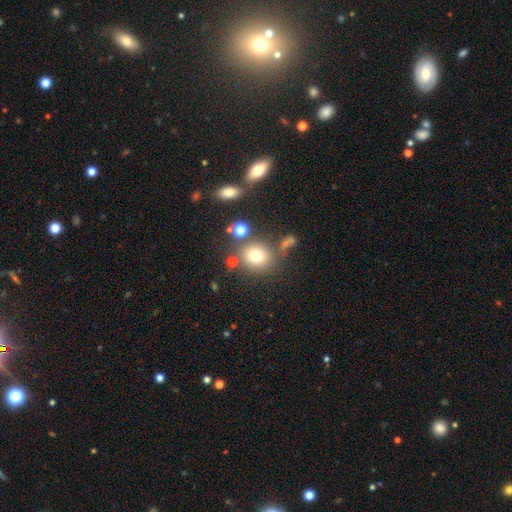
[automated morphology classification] Overall: smooth (74%). How rounded: round (81%). Merging: none (74%).